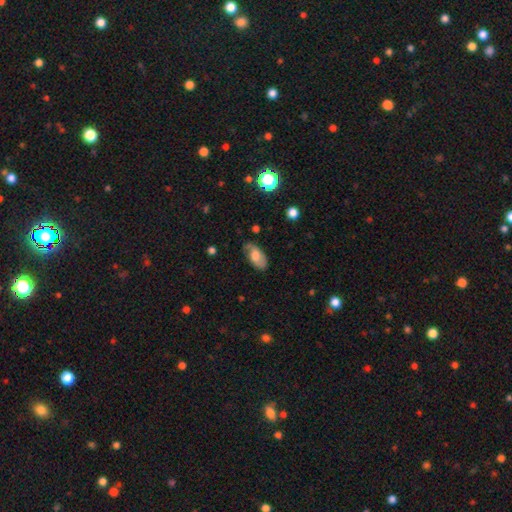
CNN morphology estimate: The model was most divided on "smooth or featured": smooth: 60%, featured or disk: 32%, star or artifact: 8%. More confident: how rounded — in between (91%); merging — none (65%).